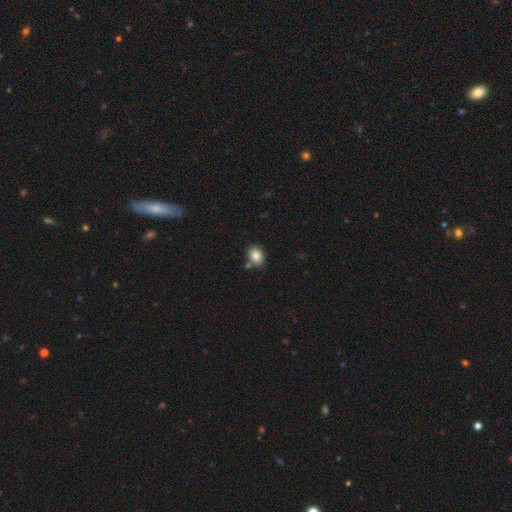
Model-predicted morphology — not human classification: smooth_or_featured: smooth (p=0.85) [alt: star or artifact p=0.09]
how_rounded: in between (p=0.65) [alt: round p=0.34]
merging: none (p=0.74) [alt: minor disturbance p=0.13]